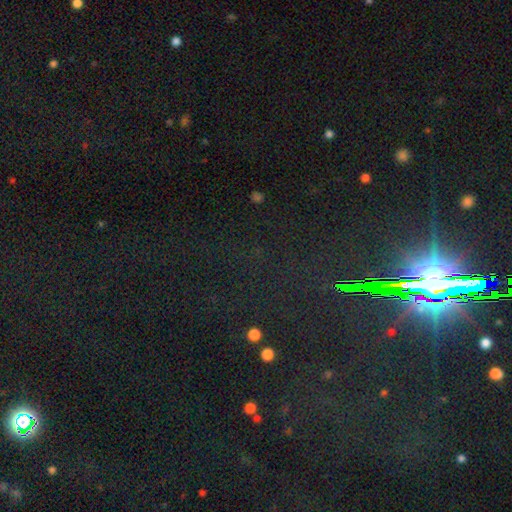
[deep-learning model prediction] Smooth or featured?
  - star or artifact: 81% *
  - smooth: 10%
  - featured or disk: 9%